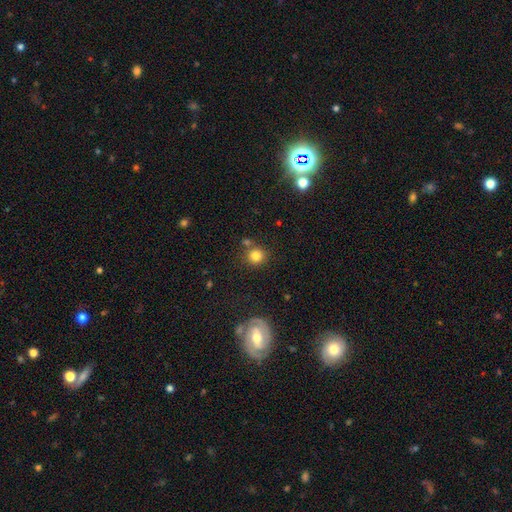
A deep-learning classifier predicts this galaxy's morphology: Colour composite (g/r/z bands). It shows a smooth galaxy with no disk features (81%) that is round (90%). Merging: none (75%).